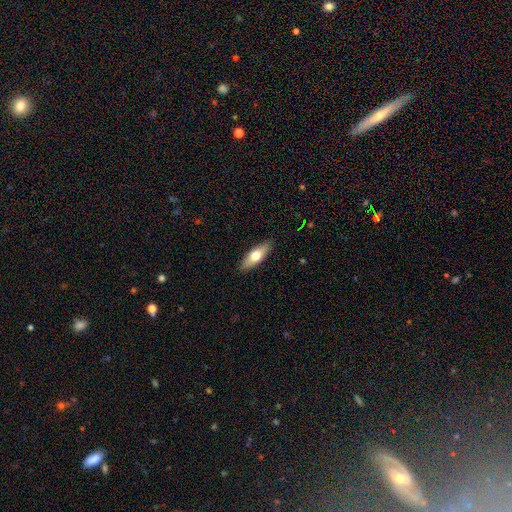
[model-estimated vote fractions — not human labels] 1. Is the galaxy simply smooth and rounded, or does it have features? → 63% smooth, 32% featured or disk, 6% star or artifact.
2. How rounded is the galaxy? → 64% in between, 33% cigar-shaped, 3% round.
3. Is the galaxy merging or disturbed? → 89% none, 9% minor disturbance, 2% major disturbance, 1% merger.